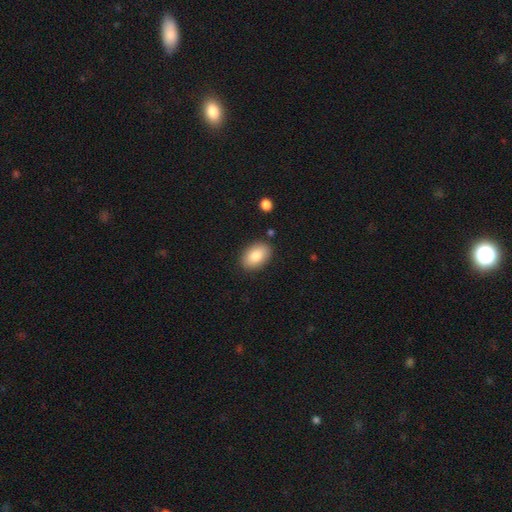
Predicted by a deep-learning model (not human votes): A smooth galaxy with no disk features (83%) that is in between round and cigar-shaped (90%).

Vote fractions:
- Smooth or featured? smooth: 83% / featured or disk: 10% / star or artifact: 7%
- How rounded? in between: 90% / round: 9% / cigar-shaped: 1%
- Merging? none: 86% / minor disturbance: 9% / major disturbance: 2% / merger: 2%